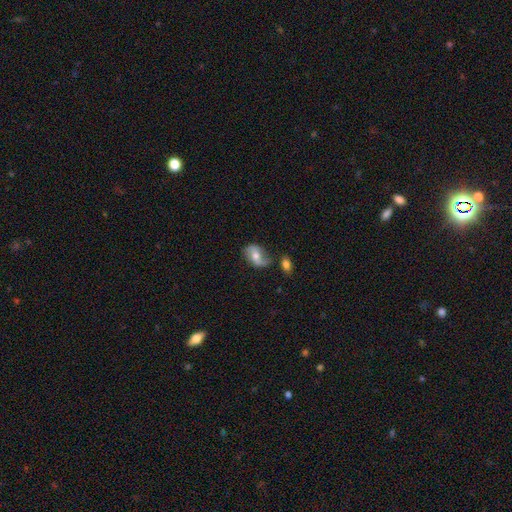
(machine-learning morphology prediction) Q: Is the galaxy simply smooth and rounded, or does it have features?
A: featured or disk — 57%.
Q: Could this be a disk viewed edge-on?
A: no — 95%.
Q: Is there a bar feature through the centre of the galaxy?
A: no — 44%.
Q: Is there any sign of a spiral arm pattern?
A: yes — 81%.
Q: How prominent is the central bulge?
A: moderate — 70%.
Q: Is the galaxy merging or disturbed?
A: none — 58%.